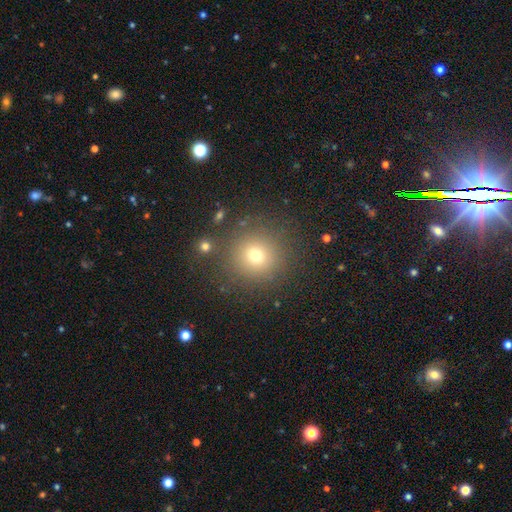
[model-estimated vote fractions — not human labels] Smooth or featured?
  - smooth: 70% *
  - star or artifact: 19%
  - featured or disk: 10%
How rounded?
  - round: 93% *
  - in between: 6%
  - cigar-shaped: 1%
Merging?
  - none: 85% *
  - minor disturbance: 8%
  - major disturbance: 4%
  - merger: 3%